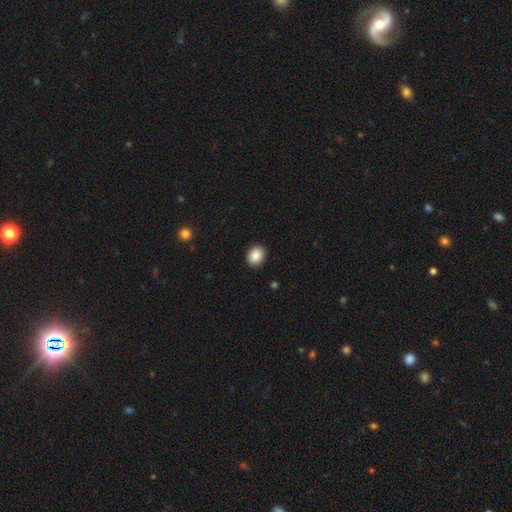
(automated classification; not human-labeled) Smooth or featured?
  - smooth: 88% *
  - star or artifact: 8%
  - featured or disk: 4%
How rounded?
  - round: 50% *
  - in between: 49%
  - cigar-shaped: 1%
Merging?
  - none: 90% *
  - minor disturbance: 7%
  - major disturbance: 2%
  - merger: 1%